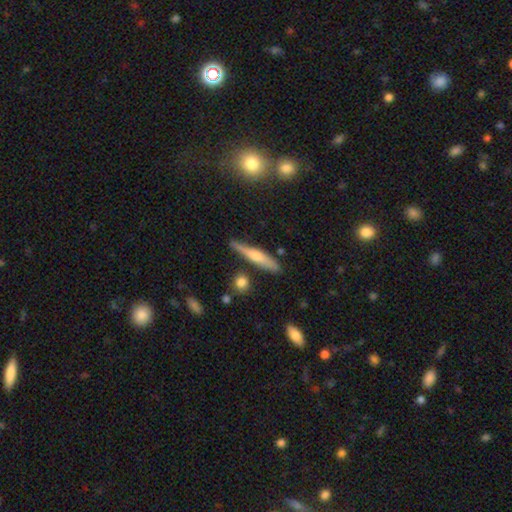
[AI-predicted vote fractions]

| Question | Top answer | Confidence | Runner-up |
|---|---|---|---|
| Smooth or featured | smooth | 49% | featured or disk (44%) |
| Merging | none | 77% | minor disturbance (15%) |